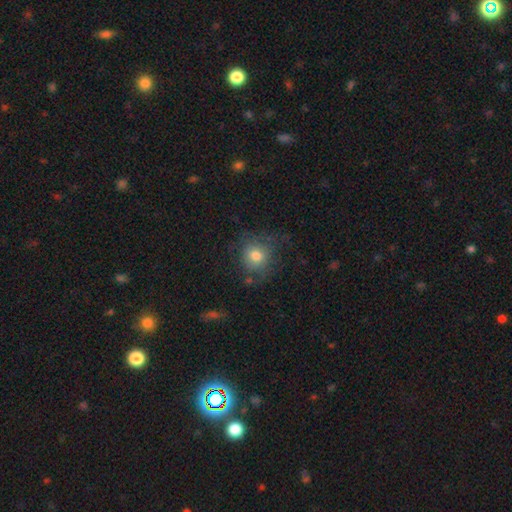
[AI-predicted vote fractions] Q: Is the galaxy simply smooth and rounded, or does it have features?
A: smooth — 71%.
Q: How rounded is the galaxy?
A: round — 83%.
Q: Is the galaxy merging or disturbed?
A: none — 64%.